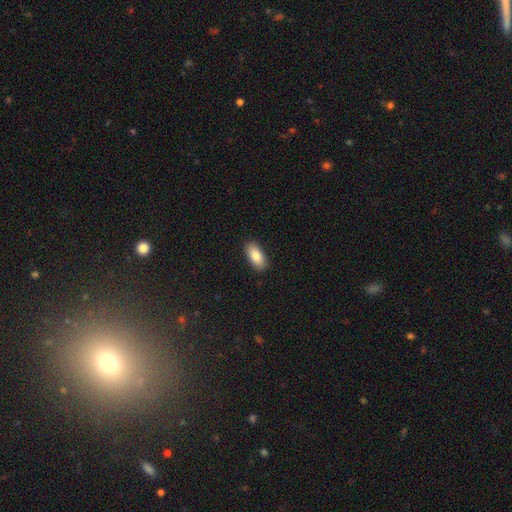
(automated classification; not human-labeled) Smooth or featured? Predicted: smooth (p=0.85). How rounded? Predicted: in between (p=0.92). Merging? Predicted: none (p=0.89).